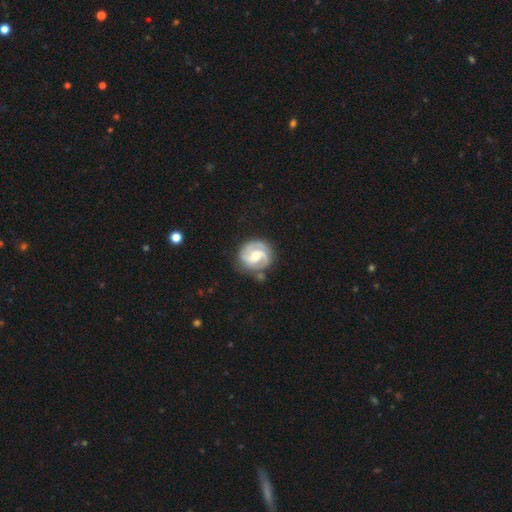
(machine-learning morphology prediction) Smooth or featured?
  - featured or disk: 88% *
  - smooth: 8%
  - star or artifact: 4%
Edge-on disk?
  - no: 98% *
  - yes: 2%
Bar?
  - weak: 50% *
  - no: 32%
  - strong: 18%
Spiral arms?
  - yes: 97% *
  - no: 3%
Spiral winding?
  - tight: 47% *
  - medium: 44%
  - loose: 9%
Spiral arm count?
  - 2: 81% *
  - 3: 9%
  - can't tell: 5%
  - 1: 2%
  - 4: 2%
  - more than 4: 1%
Bulge size?
  - moderate: 64% *
  - small: 29%
  - large: 4%
  - none: 2%
  - dominant: 1%
Merging?
  - none: 77% *
  - minor disturbance: 15%
  - major disturbance: 5%
  - merger: 3%